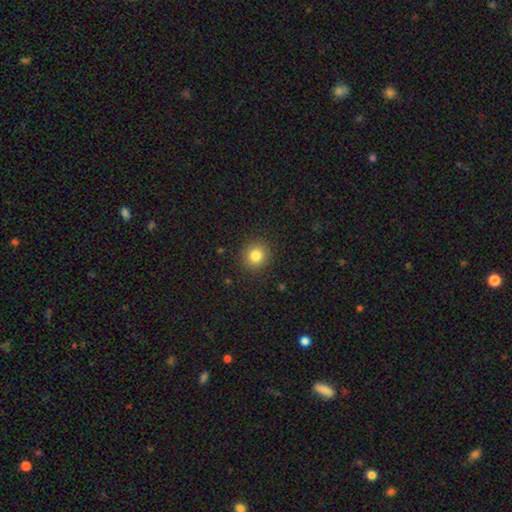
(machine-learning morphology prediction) Smooth or featured? Predicted: smooth (p=0.82). How rounded? Predicted: round (p=0.89). Merging? Predicted: none (p=0.90).